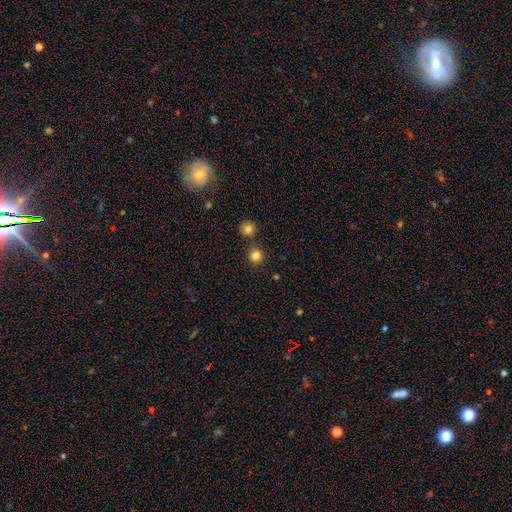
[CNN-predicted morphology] Smooth or featured? smooth (82%)
How rounded? round (93%)
Merging? none (82%)